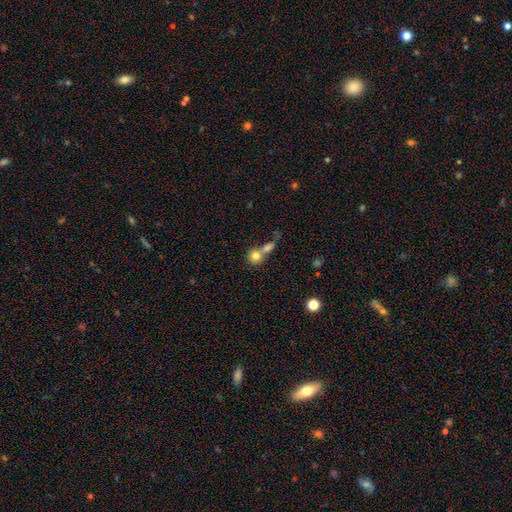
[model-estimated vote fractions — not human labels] smooth-or-featured: smooth: 78% | featured or disk: 13% | star or artifact: 10%
  how-rounded: round: 83% | in between: 15% | cigar-shaped: 1%
  merging: merger: 55% | none: 34% | minor disturbance: 7% | major disturbance: 4%